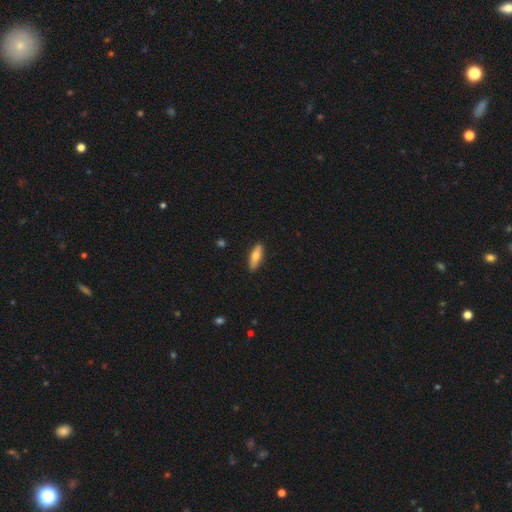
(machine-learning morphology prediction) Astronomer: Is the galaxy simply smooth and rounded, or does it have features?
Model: smooth — 65%.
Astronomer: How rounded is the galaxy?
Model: cigar-shaped — 52% (runner-up: in between, 45%).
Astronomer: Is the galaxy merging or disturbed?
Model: none — 88%.